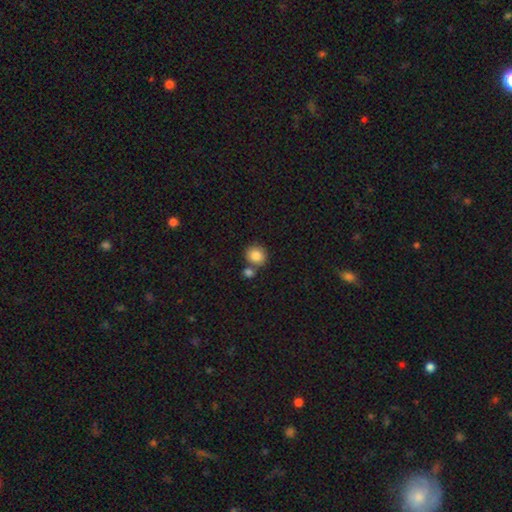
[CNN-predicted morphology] This appears to be a smooth galaxy with no disk features (85%) that is round (81%). Merging: none (63%).